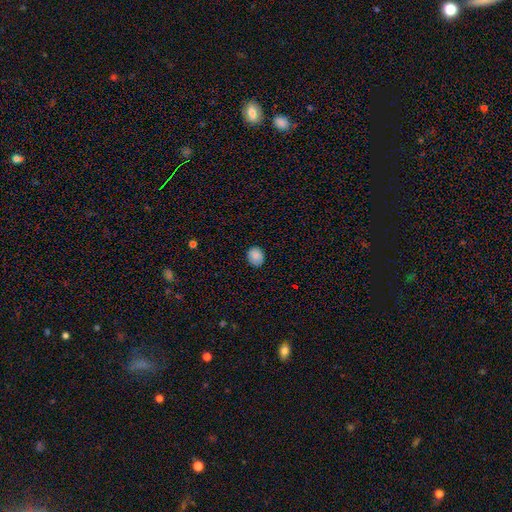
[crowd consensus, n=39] Overall: smooth (90%). How rounded: round (80%). Merging: none (91%).